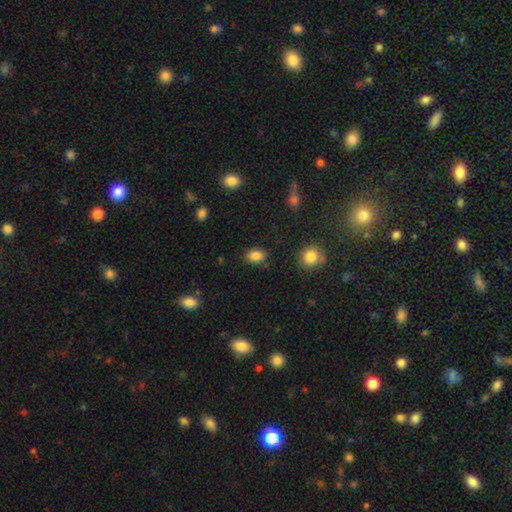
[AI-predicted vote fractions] The model was most divided on "how rounded": in between: 79%, round: 20%, cigar-shaped: 1%. More confident: smooth or featured — smooth (85%); merging — none (83%).